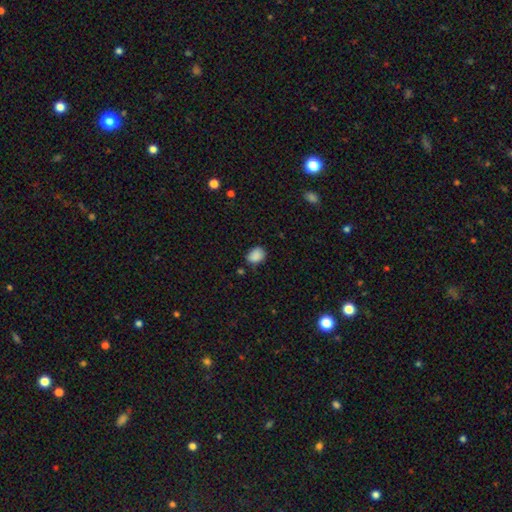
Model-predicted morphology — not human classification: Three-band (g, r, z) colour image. It shows a smooth galaxy with no disk features (88%) that is in between round and cigar-shaped (66%). Merging: none (71%).